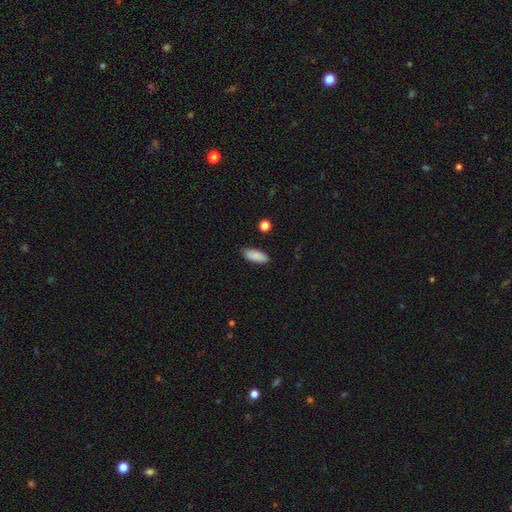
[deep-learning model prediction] Smooth or featured: smooth — 88% (star or artifact — 7%)
How rounded: in between — 82% (cigar-shaped — 16%)
Merging: none — 86% (minor disturbance — 10%)